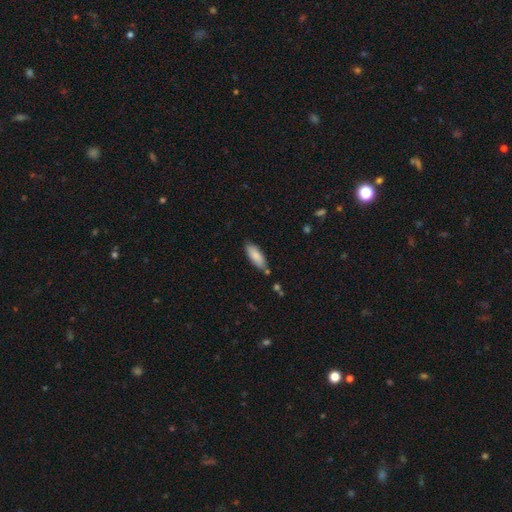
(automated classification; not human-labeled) Smooth or featured: smooth — 85% (featured or disk — 9%)
How rounded: in between — 69% (cigar-shaped — 30%)
Merging: none — 79% (minor disturbance — 14%)